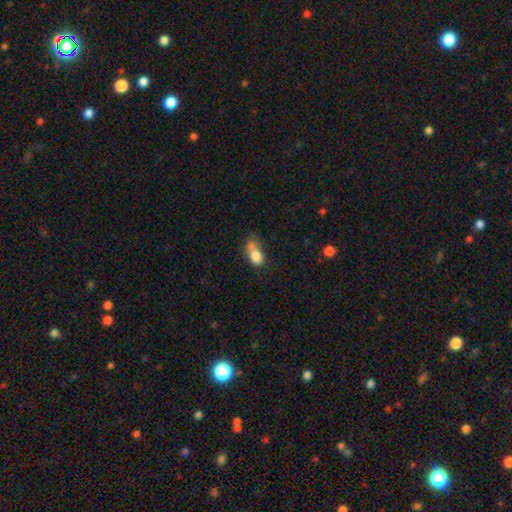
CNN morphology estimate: Smooth or featured? Predicted: smooth (p=0.77). How rounded? Predicted: in between (p=0.81). Merging? Predicted: merger (p=0.38).